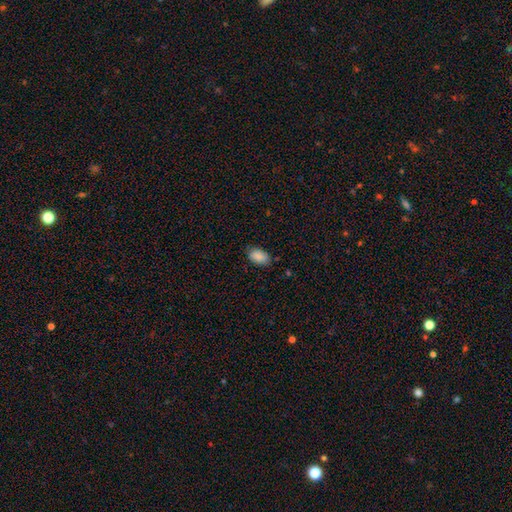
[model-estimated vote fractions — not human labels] The model was most divided on "merging": none: 81%, minor disturbance: 15%, major disturbance: 3%, merger: 1%. More confident: how rounded — in between (93%); smooth or featured — smooth (88%).